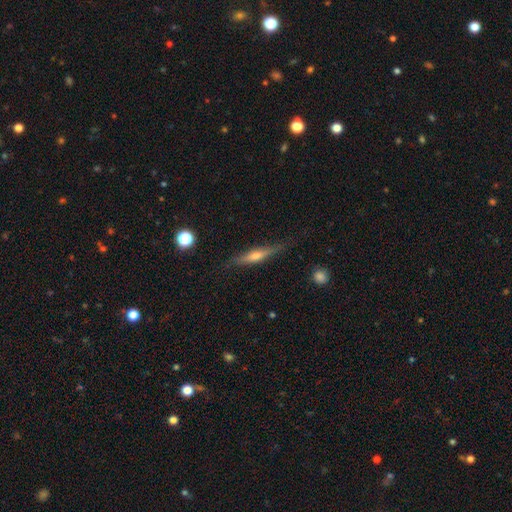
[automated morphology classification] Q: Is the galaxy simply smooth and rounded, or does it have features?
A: featured or disk — 61%.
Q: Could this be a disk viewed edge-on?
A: yes — 95%.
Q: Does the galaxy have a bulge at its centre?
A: rounded — 81%.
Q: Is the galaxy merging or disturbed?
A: none — 83%.